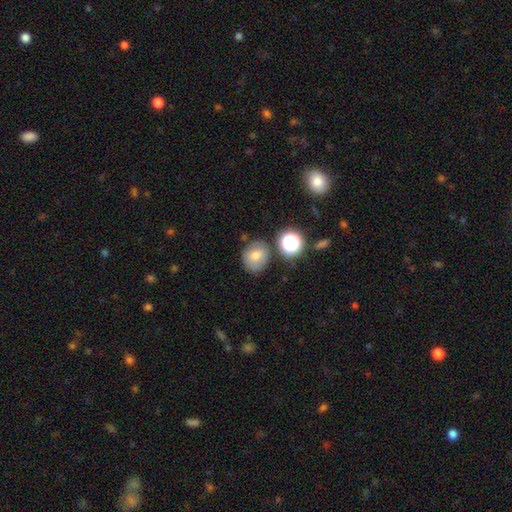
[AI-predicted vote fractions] Smooth or featured? Predicted: smooth (p=0.67). How rounded? Predicted: round (p=0.72). Merging? Predicted: none (p=0.78).